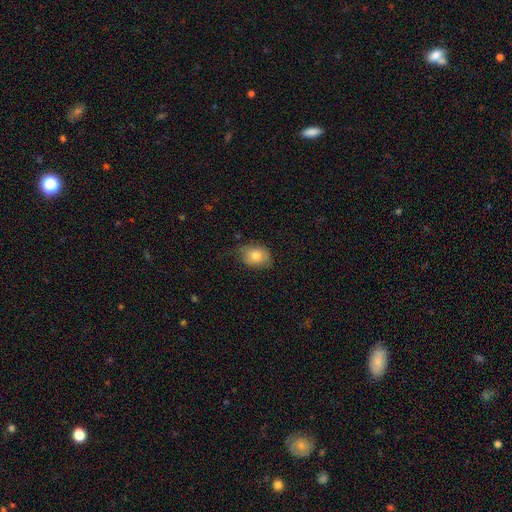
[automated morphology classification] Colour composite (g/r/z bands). It shows a smooth galaxy with no disk features (79%) that is in between round and cigar-shaped (58%). Merging: none (63%).